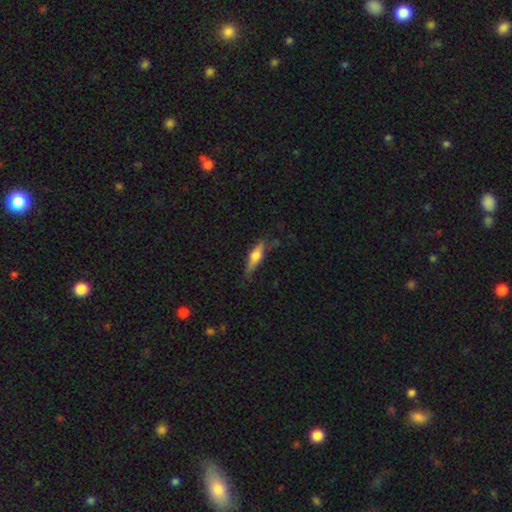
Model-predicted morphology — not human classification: Smooth or featured?
  - featured or disk: 49% *
  - smooth: 45%
  - star or artifact: 7%
Merging?
  - none: 72% *
  - minor disturbance: 20%
  - major disturbance: 6%
  - merger: 2%